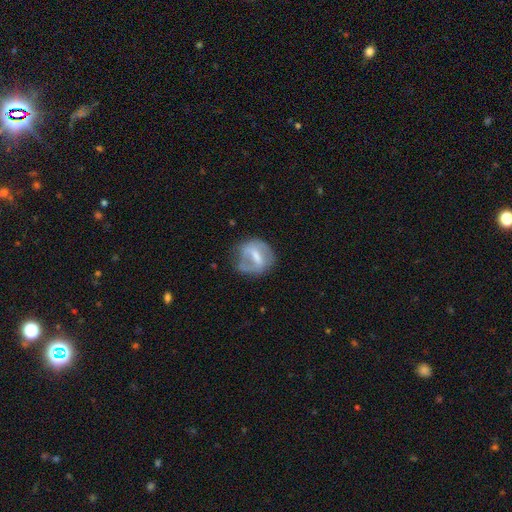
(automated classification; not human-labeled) Smooth or featured? featured or disk (56%)
Edge-on disk? no (94%)
Bar? strong (50%)
Spiral arms? no (62%)
Bulge size? moderate (41%)
Merging? none (54%)